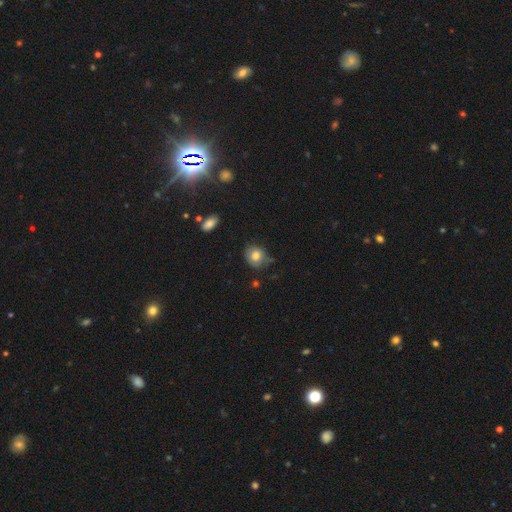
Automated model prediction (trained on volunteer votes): Smooth or featured? Predicted: smooth (p=0.77). How rounded? Predicted: round (p=0.61). Merging? Predicted: none (p=0.60).